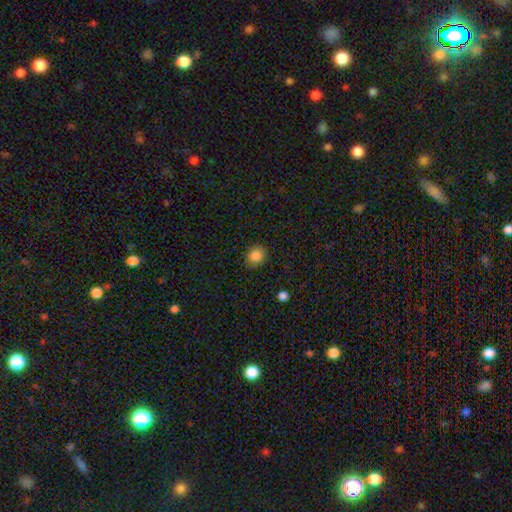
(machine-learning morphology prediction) smooth-or-featured: smooth: 85% | star or artifact: 10% | featured or disk: 5%
  how-rounded: round: 68% | in between: 31% | cigar-shaped: 1%
  merging: none: 88% | minor disturbance: 9% | major disturbance: 2% | merger: 1%